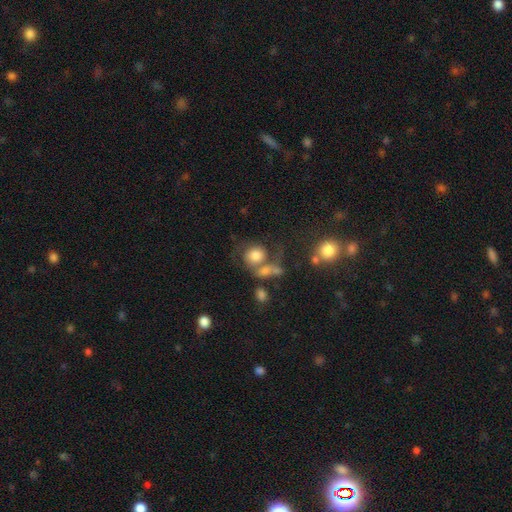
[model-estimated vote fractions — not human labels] This appears to be a smooth galaxy with no disk features (69%) that is round (70%). Merging: none (35%).